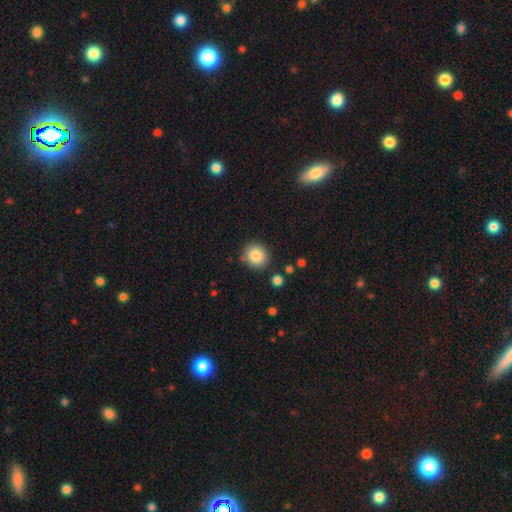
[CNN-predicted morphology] smooth 85%, star or artifact 9%, featured or disk 6%. Down the decision tree: how rounded — round (86%); merging — none (85%).